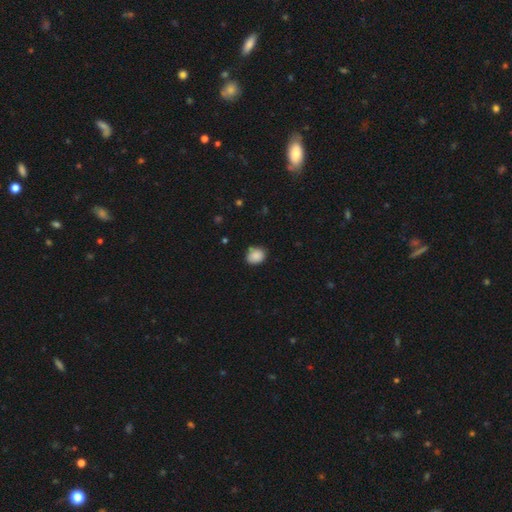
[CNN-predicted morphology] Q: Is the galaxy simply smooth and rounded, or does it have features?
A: smooth — 87%.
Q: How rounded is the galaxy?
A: round — 61%.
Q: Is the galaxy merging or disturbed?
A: none — 75%.